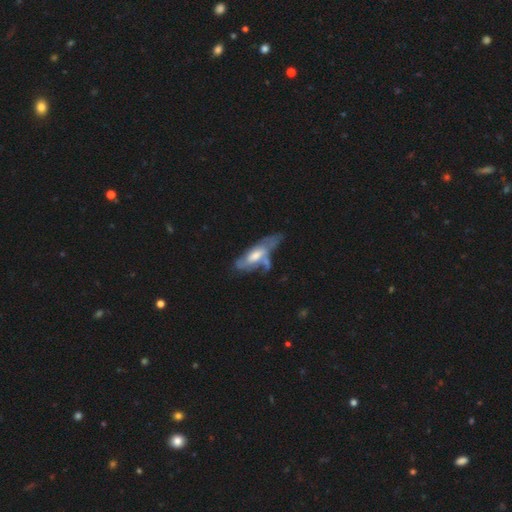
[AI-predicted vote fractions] A featured or disk galaxy (62%). Merging: none (29%).